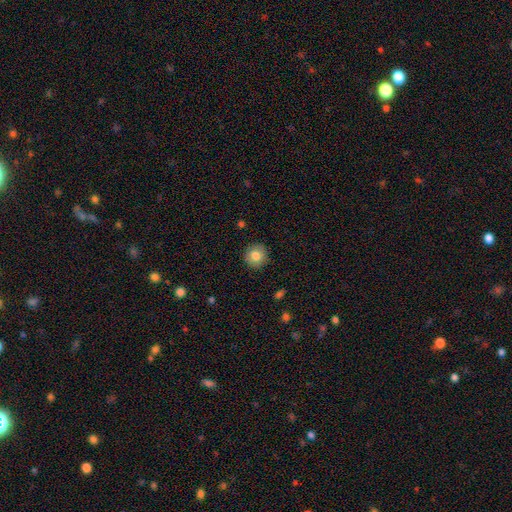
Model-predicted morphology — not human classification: A smooth galaxy with no disk features (80%) that is round (93%). Merging: none (90%).